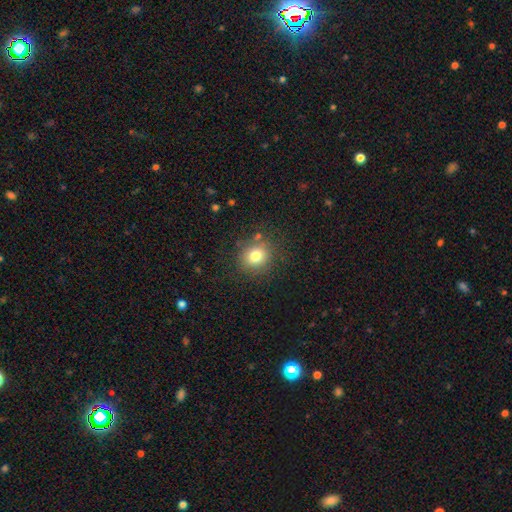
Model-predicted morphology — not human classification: smooth_or_featured: smooth (p=0.78) [alt: star or artifact p=0.13]
how_rounded: round (p=0.79) [alt: in between p=0.20]
merging: none (p=0.83) [alt: minor disturbance p=0.10]